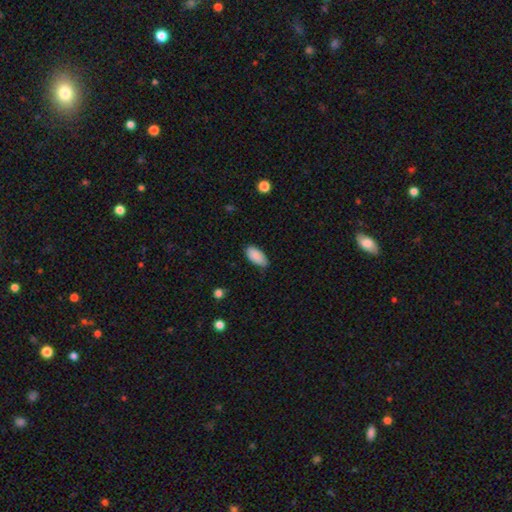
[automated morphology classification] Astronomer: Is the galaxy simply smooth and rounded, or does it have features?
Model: smooth — 88%.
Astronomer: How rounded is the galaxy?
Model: in between — 94%.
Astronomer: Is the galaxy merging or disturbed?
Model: none — 75%.